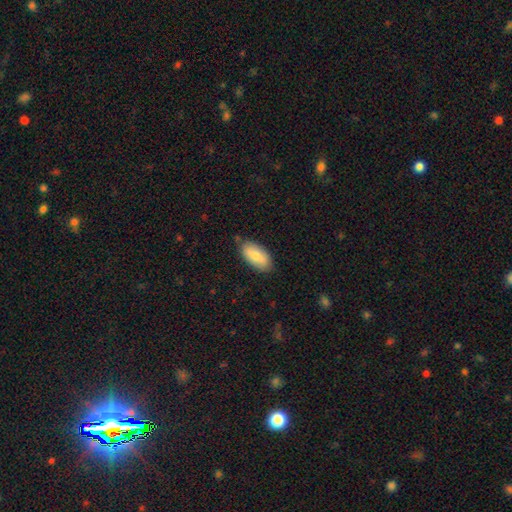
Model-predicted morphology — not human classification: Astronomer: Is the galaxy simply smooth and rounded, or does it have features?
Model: smooth — 79%.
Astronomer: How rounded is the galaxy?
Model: in between — 93%.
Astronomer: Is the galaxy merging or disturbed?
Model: none — 81%.